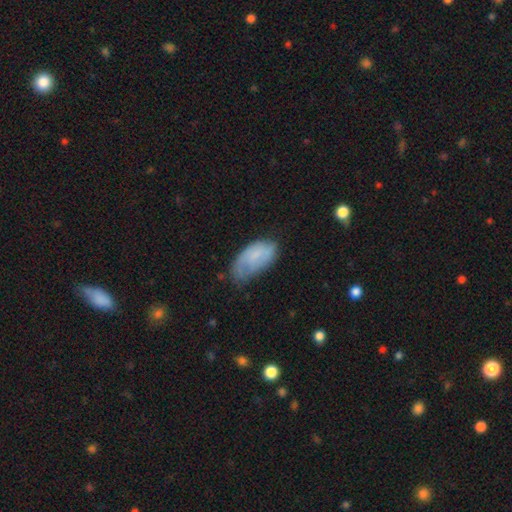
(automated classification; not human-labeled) A smooth galaxy with no disk features (67%) that is in between round and cigar-shaped (93%). Merging: none (40%, tied with minor disturbance).